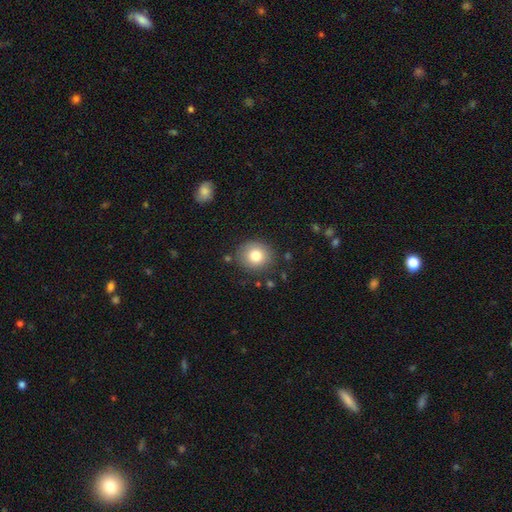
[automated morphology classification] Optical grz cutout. It shows a smooth galaxy with no disk features (79%) that is round (82%). Merging: none (84%).